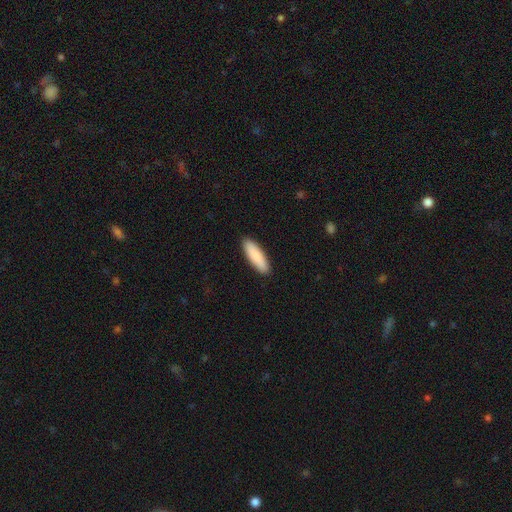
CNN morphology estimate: A smooth galaxy with no disk features (89%) that is cigar-shaped (56%). Merging: none (91%).